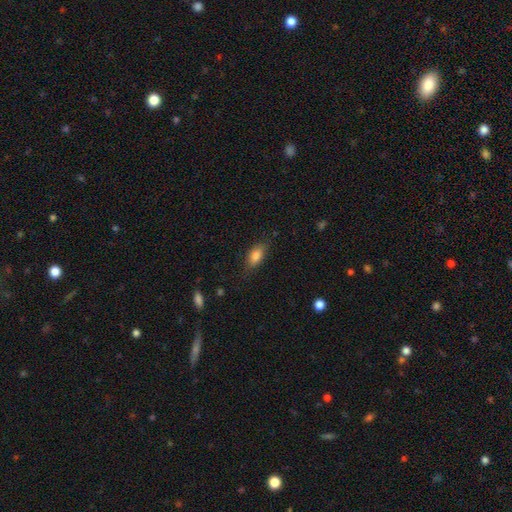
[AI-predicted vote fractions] Overall: smooth (81%). How rounded: in between (84%). Merging: none (78%).